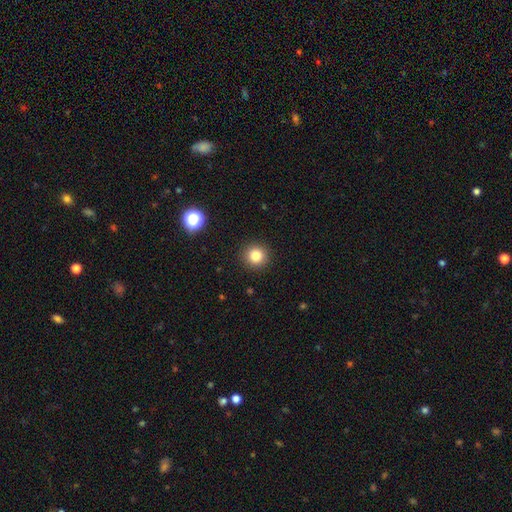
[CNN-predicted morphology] A smooth galaxy with no disk features (82%) that is round (94%). Merging: none (92%).